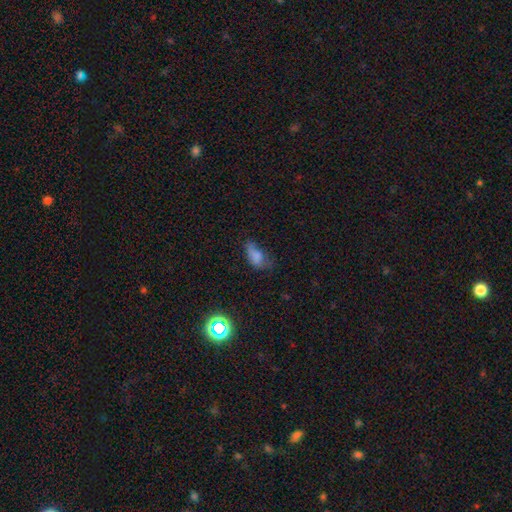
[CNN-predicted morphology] Smooth or featured?
  - smooth: 70% *
  - featured or disk: 16%
  - star or artifact: 15%
How rounded?
  - in between: 87% *
  - round: 7%
  - cigar-shaped: 6%
Merging?
  - none: 35% * (tied)
  - minor disturbance: 35% * (tied)
  - major disturbance: 26%
  - merger: 3%